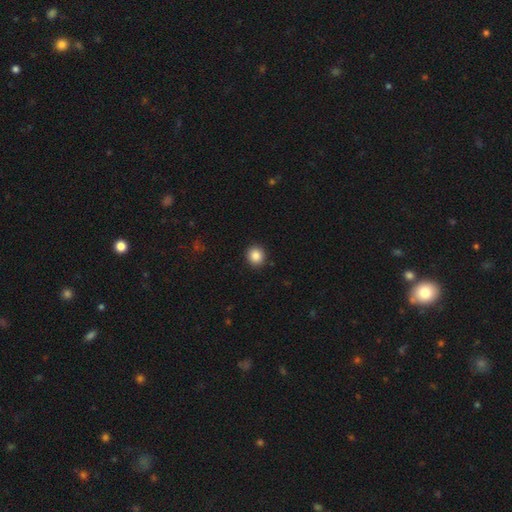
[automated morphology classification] This is clearly a smooth galaxy (87%). How rounded: clearly round (88%). Merging: clearly none (91%).